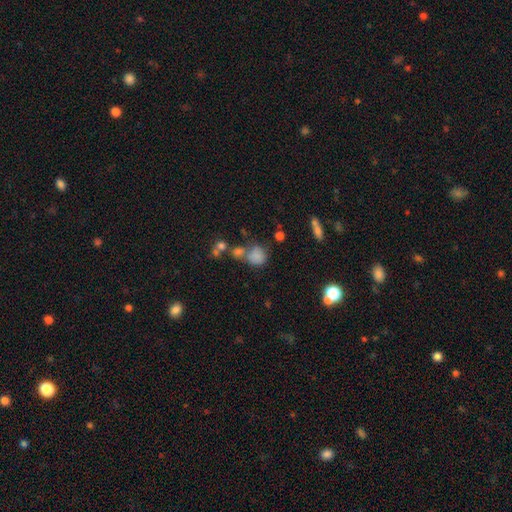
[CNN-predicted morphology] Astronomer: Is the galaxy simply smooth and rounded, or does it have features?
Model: smooth — 74%.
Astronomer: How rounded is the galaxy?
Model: round — 74%.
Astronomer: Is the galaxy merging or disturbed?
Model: none — 45% (runner-up: merger, 31%).